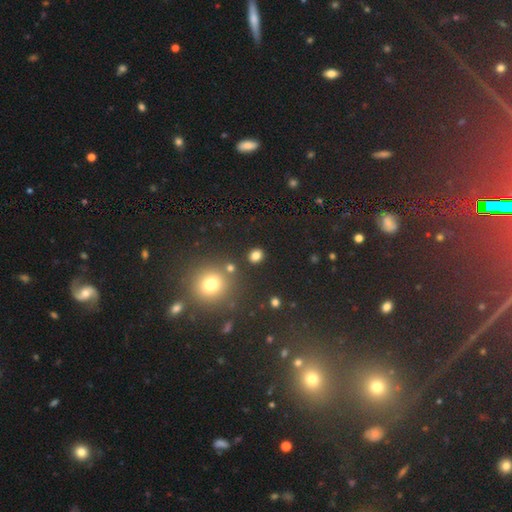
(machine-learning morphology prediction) smooth-or-featured: smooth: 80% | star or artifact: 15% | featured or disk: 5%
  how-rounded: round: 64% | in between: 35% | cigar-shaped: 1%
  merging: none: 85% | minor disturbance: 7% | merger: 5% | major disturbance: 3%